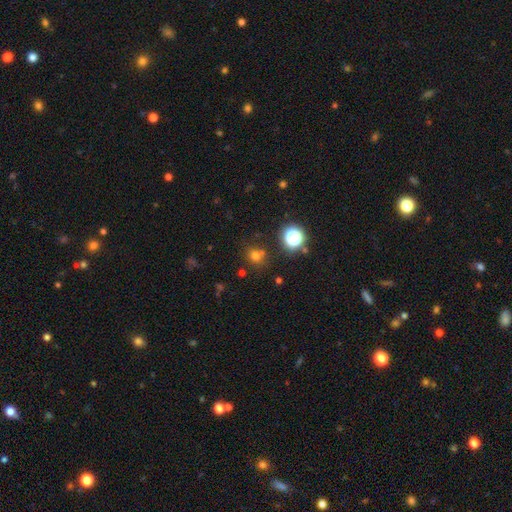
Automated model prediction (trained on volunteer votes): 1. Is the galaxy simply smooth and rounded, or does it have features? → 66% smooth, 25% star or artifact, 8% featured or disk.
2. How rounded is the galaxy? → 80% round, 19% in between, 1% cigar-shaped.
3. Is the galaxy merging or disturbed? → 68% none, 16% merger, 12% minor disturbance, 5% major disturbance.